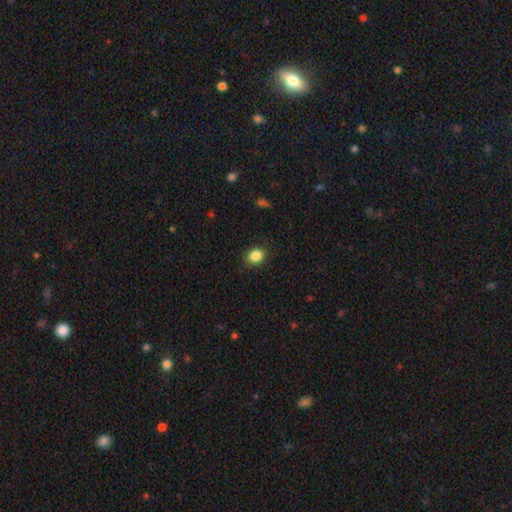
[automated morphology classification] A smooth galaxy with no disk features (86%) that is round (59%). Merging: none (87%).